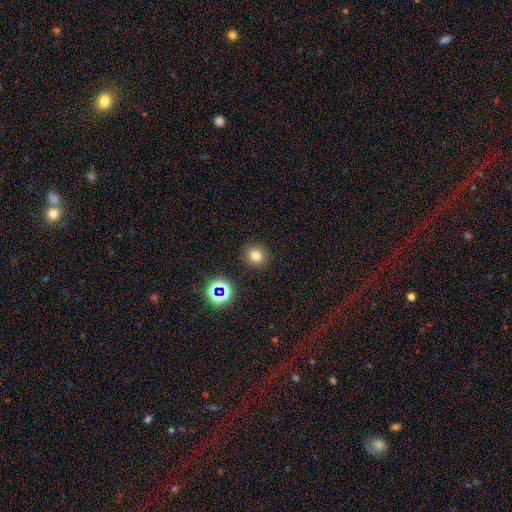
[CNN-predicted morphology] smooth_or_featured: smooth (p=0.76) [alt: star or artifact p=0.18]
how_rounded: round (p=0.82) [alt: in between p=0.17]
merging: none (p=0.88) [alt: minor disturbance p=0.07]